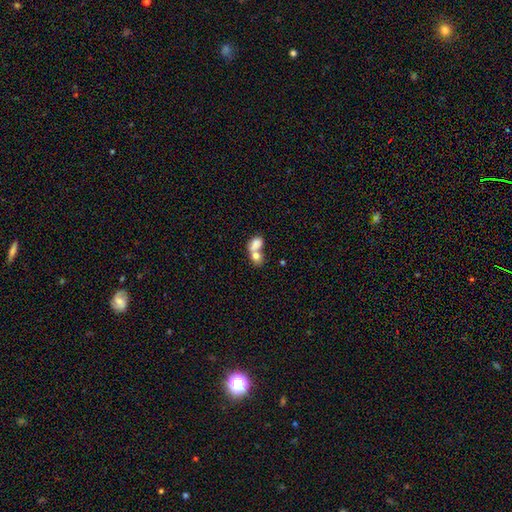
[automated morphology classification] Q: Smooth or featured?
A: smooth (76%); runner-up: featured or disk (15%)
Q: How rounded?
A: in between (72%); runner-up: round (26%)
Q: Merging?
A: merger (69%); runner-up: none (20%)